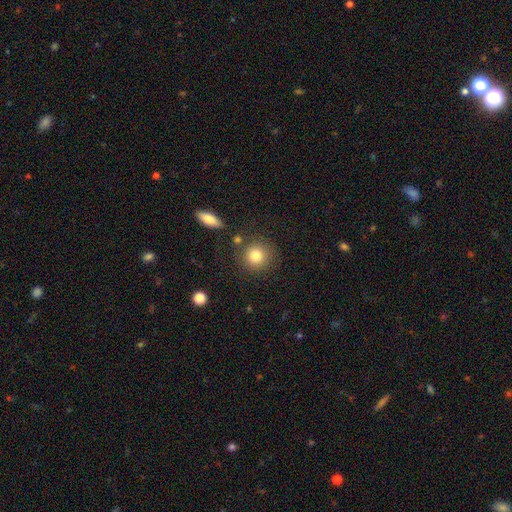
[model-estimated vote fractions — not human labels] smooth-or-featured: smooth: 82% | star or artifact: 10% | featured or disk: 8%
  how-rounded: round: 90% | in between: 8% | cigar-shaped: 1%
  merging: none: 82% | minor disturbance: 9% | merger: 6% | major disturbance: 3%